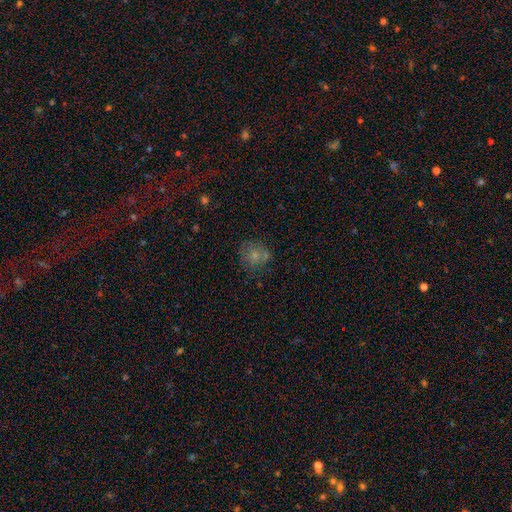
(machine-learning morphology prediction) A smooth galaxy with no disk features (69%) that is round (82%). Merging: none (59%).